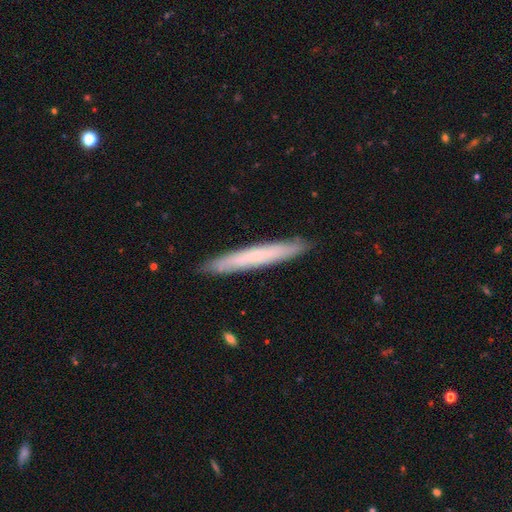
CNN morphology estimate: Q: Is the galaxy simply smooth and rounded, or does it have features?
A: smooth — 58%.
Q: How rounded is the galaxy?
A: cigar-shaped — 96%.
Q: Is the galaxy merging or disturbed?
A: none — 90%.